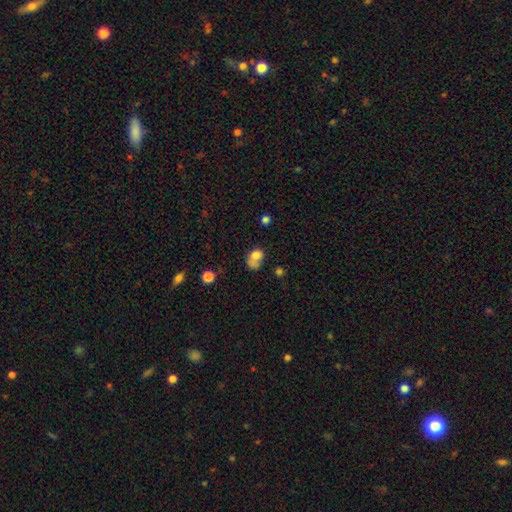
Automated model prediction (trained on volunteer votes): The model was most divided on "merging": none: 30%, merger: 27%, major disturbance: 22%, minor disturbance: 21%. More confident: smooth or featured — smooth (72%); how rounded — in between (55%).